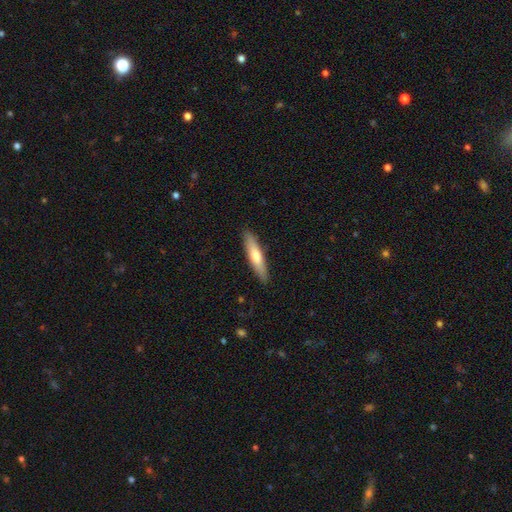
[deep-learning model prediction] smooth-or-featured: smooth: 59% | featured or disk: 36% | star or artifact: 5%
  how-rounded: cigar-shaped: 86% | in between: 13% | round: 1%
  merging: none: 90% | minor disturbance: 8% | major disturbance: 2% | merger: 1%